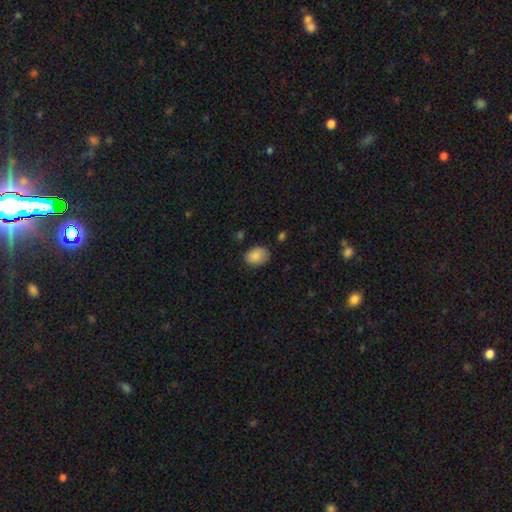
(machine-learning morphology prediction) Overall: smooth (87%). How rounded: in between (64%; round 35%). Merging: none (79%).